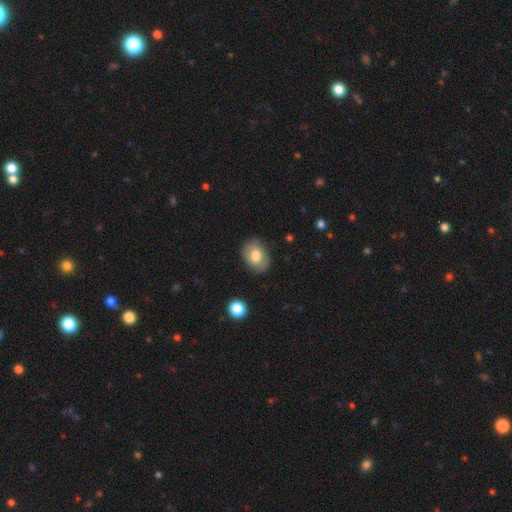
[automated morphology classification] smooth 70%, featured or disk 22%, star or artifact 8%. Down the decision tree: how rounded — in between (68%); merging — none (80%).